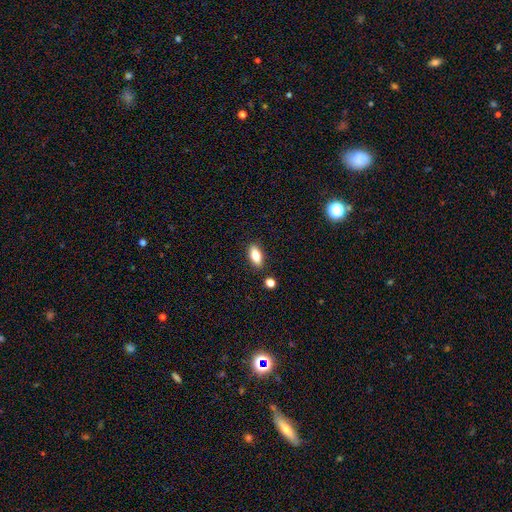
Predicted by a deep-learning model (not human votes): This appears to be a smooth galaxy with no disk features (81%) that is in between round and cigar-shaped (84%). Merging: none (85%).